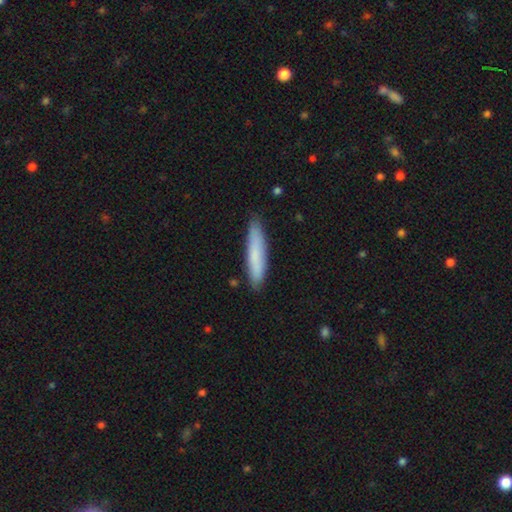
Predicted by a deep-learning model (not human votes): Smooth or featured?
  - smooth: 77% *
  - featured or disk: 16%
  - star or artifact: 6%
How rounded?
  - cigar-shaped: 90% *
  - in between: 9%
  - round: 1%
Merging?
  - none: 88% *
  - minor disturbance: 10%
  - major disturbance: 2%
  - merger: 1%